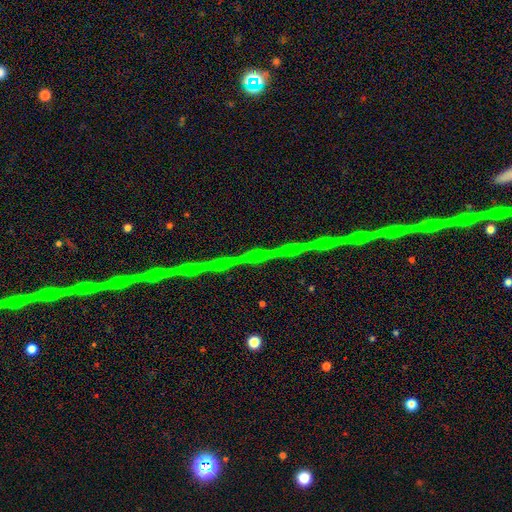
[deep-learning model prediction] This is likely a star or artifact rather than a galaxy (72%).